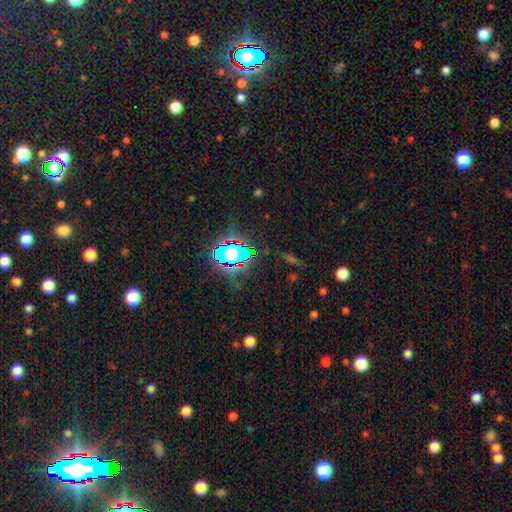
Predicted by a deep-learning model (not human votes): The model was most divided on "smooth or featured": star or artifact: 81%, smooth: 11%, featured or disk: 8%.